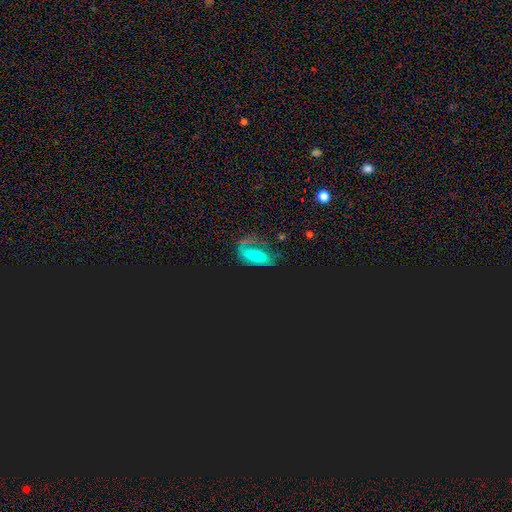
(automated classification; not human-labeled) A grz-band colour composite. It shows a star or artifact, not a galaxy (36%).